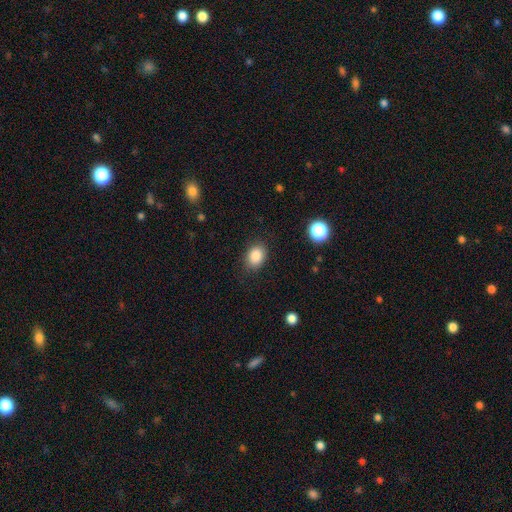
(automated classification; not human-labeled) This appears to be a smooth galaxy with no disk features (86%) that is in between round and cigar-shaped (64%). Merging: none (84%).